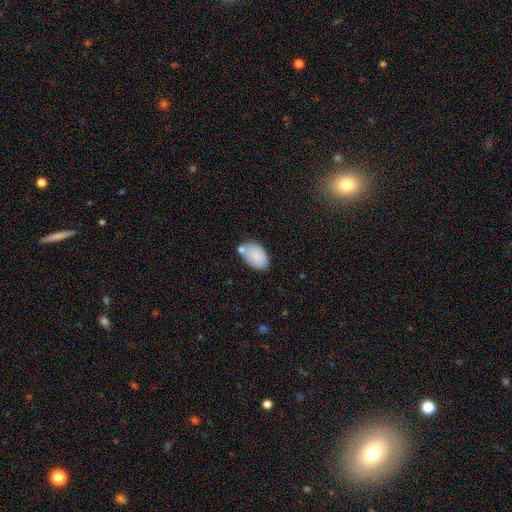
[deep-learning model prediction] smooth_or_featured: smooth (p=0.83) [alt: featured or disk p=0.11]
how_rounded: in between (p=0.93) [alt: round p=0.05]
merging: none (p=0.61) [alt: minor disturbance p=0.20]